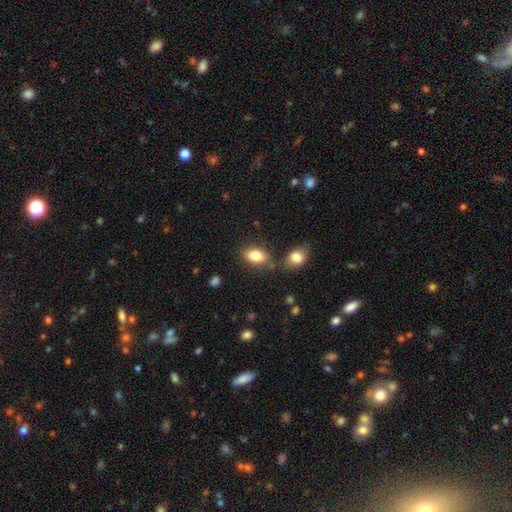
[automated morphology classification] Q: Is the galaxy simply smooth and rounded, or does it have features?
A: smooth — 83%.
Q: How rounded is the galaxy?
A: in between — 87%.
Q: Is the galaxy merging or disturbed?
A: none — 71%.